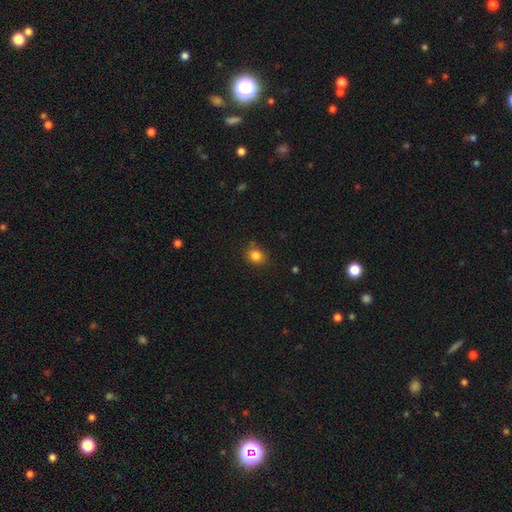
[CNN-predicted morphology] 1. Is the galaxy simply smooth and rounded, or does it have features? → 83% smooth, 11% star or artifact, 5% featured or disk.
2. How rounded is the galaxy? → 66% round, 33% in between, 1% cigar-shaped.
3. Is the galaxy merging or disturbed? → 78% none, 15% minor disturbance, 3% major disturbance, 3% merger.